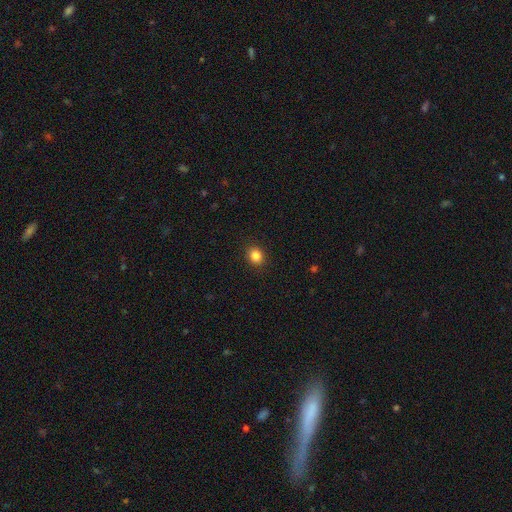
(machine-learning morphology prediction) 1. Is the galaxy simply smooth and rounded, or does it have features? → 84% smooth, 11% star or artifact, 5% featured or disk.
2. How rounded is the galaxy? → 71% round, 28% in between, 1% cigar-shaped.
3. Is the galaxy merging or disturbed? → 91% none, 6% minor disturbance, 2% major disturbance, 1% merger.